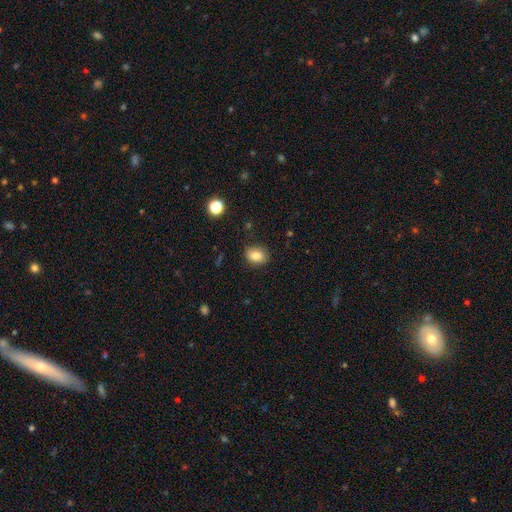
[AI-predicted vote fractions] This appears to be a smooth galaxy with no disk features (84%) that is in between round and cigar-shaped (61%). Merging: none (86%).